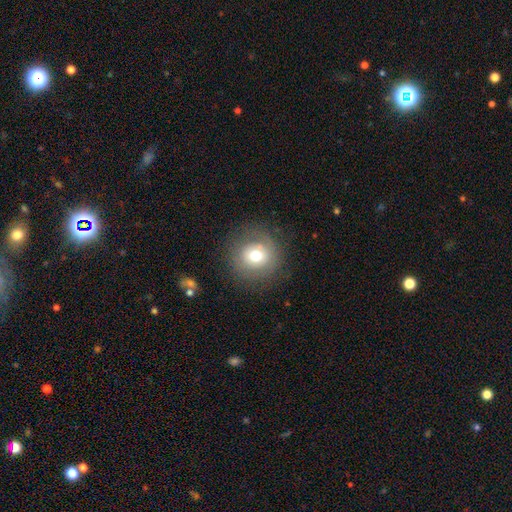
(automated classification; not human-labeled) Q: Smooth or featured?
A: smooth (66%); runner-up: featured or disk (22%)
Q: How rounded?
A: round (92%); runner-up: in between (7%)
Q: Merging?
A: none (81%); runner-up: minor disturbance (11%)